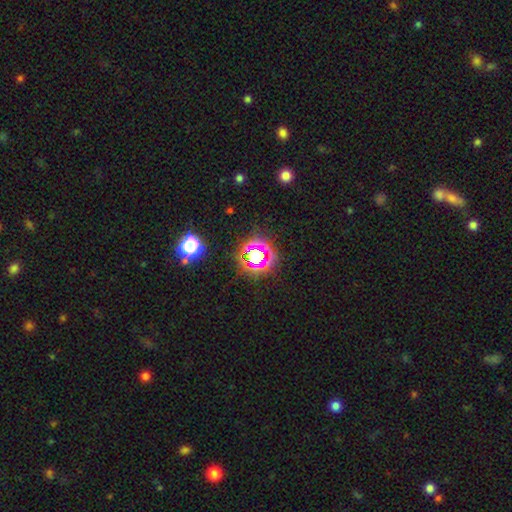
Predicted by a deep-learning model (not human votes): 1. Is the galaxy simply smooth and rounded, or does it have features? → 64% star or artifact, 24% smooth, 11% featured or disk.